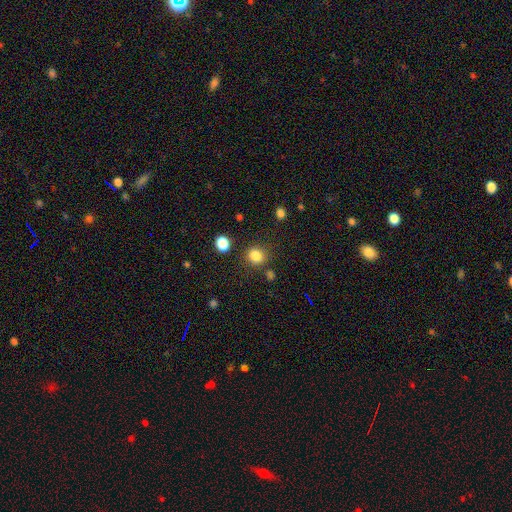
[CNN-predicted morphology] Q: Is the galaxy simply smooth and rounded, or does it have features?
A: smooth — 83%.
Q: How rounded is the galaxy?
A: round — 82%.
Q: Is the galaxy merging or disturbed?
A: none — 82%.